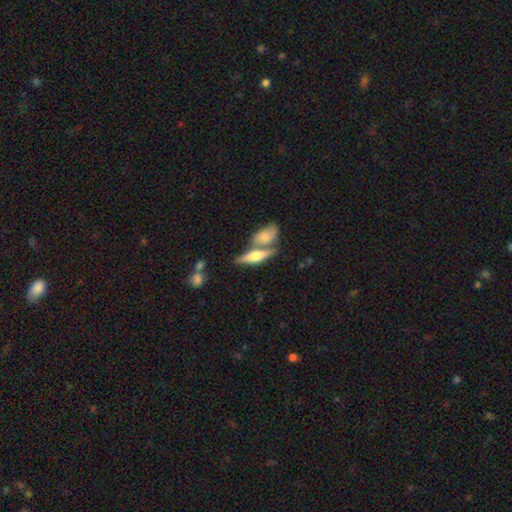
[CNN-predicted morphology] Smooth or featured? Predicted: featured or disk (p=0.50). Edge-on disk? Predicted: yes (p=0.89). Merging? Predicted: none (p=0.52).